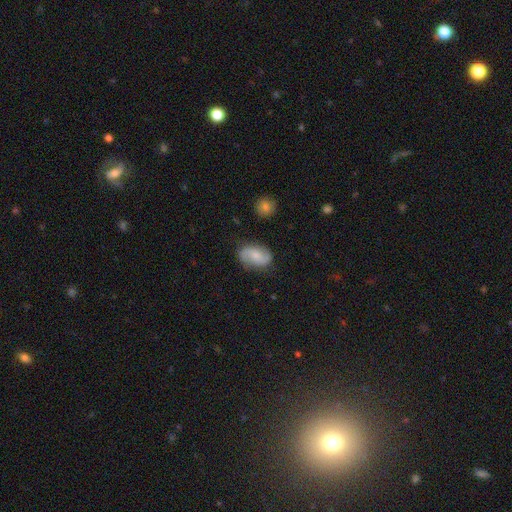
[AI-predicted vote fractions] Smooth or featured?
  - featured or disk: 67% *
  - smooth: 27%
  - star or artifact: 7%
Edge-on disk?
  - no: 97% *
  - yes: 3%
Bar?
  - no: 53% *
  - weak: 40%
  - strong: 7%
Spiral arms?
  - yes: 94% *
  - no: 6%
Spiral winding?
  - loose: 48% *
  - medium: 39%
  - tight: 13%
Spiral arm count?
  - 2: 91% *
  - can't tell: 4%
  - 1: 2%
  - 3: 1%
  - 4: 1%
  - more than 4: 1%
Bulge size?
  - moderate: 44% *
  - small: 35%
  - none: 14%
  - large: 6%
  - dominant: 2%
Merging?
  - none: 80% *
  - minor disturbance: 14%
  - major disturbance: 4%
  - merger: 2%